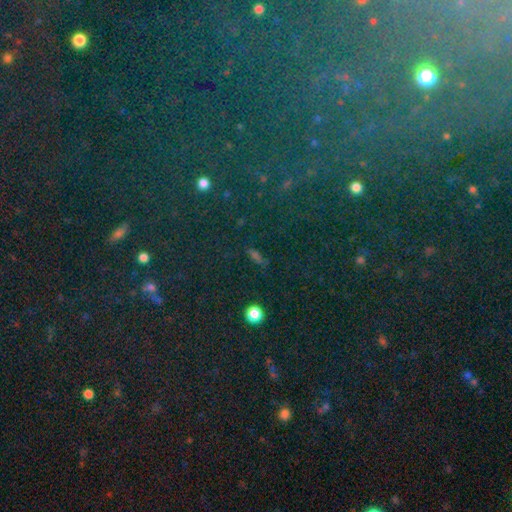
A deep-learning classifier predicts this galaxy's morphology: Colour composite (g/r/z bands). It shows a star or artifact, not a galaxy (57%).